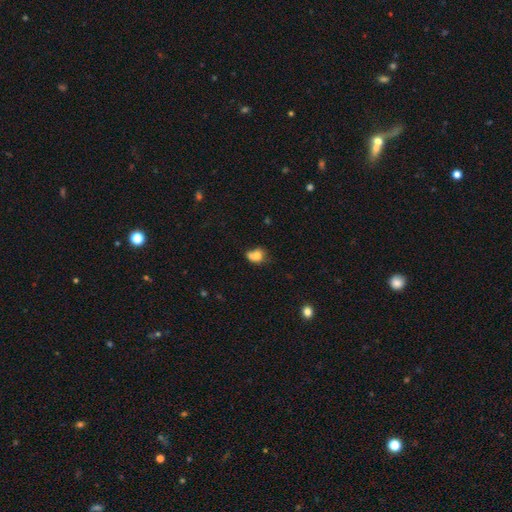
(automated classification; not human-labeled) A smooth galaxy with no disk features (73%) that is in between round and cigar-shaped (54%). Merging: merger (47%).